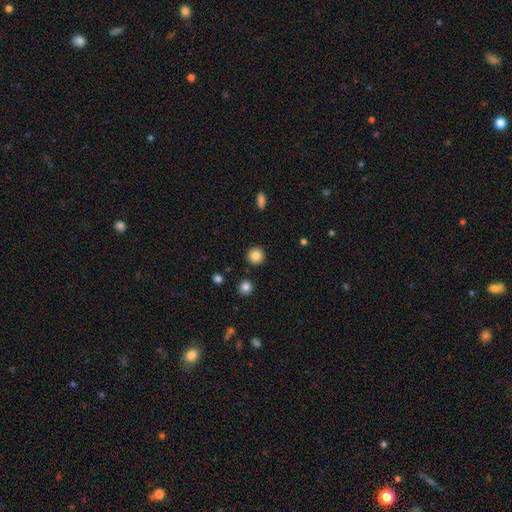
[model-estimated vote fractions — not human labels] Smooth or featured?
  - smooth: 85% *
  - star or artifact: 10%
  - featured or disk: 5%
How rounded?
  - round: 94% *
  - in between: 5%
  - cigar-shaped: 1%
Merging?
  - none: 92% *
  - minor disturbance: 5%
  - merger: 2%
  - major disturbance: 2%